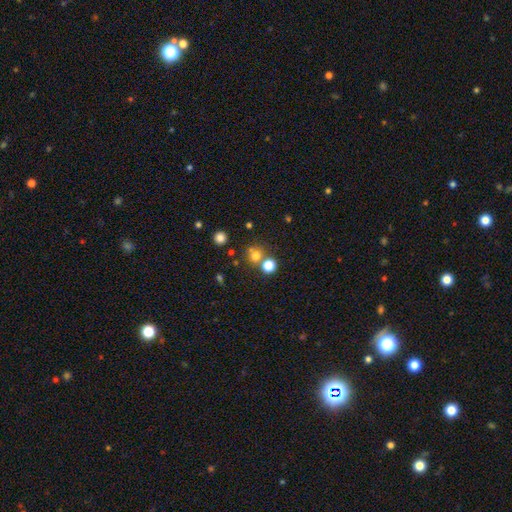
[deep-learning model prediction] A smooth galaxy with no disk features (70%) that is round (86%).

Vote fractions:
- Smooth or featured? smooth: 70% / star or artifact: 21% / featured or disk: 9%
- How rounded? round: 86% / in between: 13% / cigar-shaped: 1%
- Merging? none: 62% / merger: 26% / minor disturbance: 8% / major disturbance: 4%